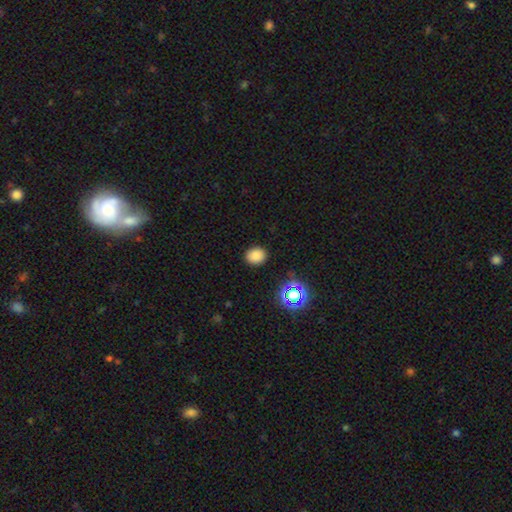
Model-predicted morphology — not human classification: Smooth or featured? smooth (80%)
How rounded? round (63%)
Merging? none (89%)